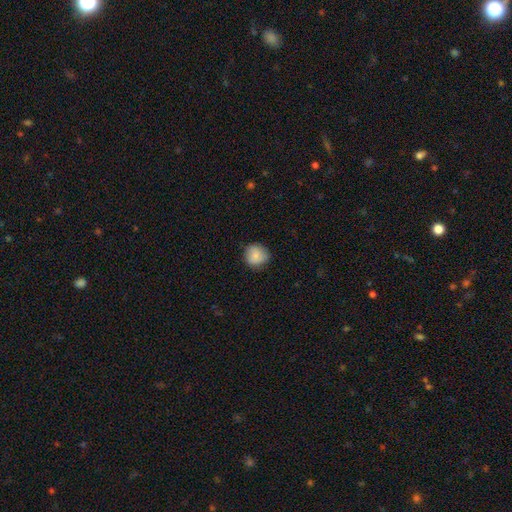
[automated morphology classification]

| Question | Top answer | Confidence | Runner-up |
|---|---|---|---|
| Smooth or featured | smooth | 84% | star or artifact (8%) |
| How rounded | round | 89% | in between (10%) |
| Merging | none | 81% | minor disturbance (15%) |